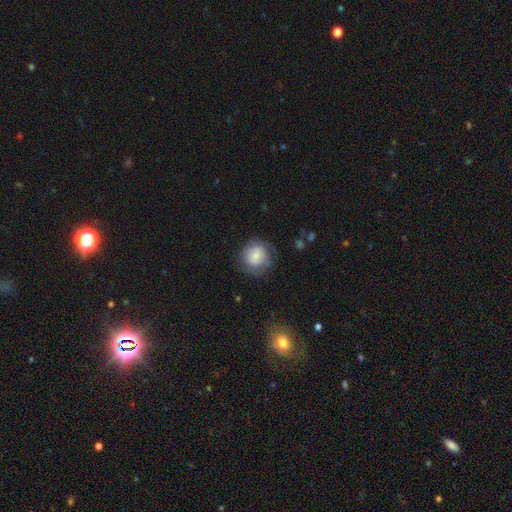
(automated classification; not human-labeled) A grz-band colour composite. It shows a smooth galaxy with no disk features (73%) that is round (87%). Merging: none (71%).